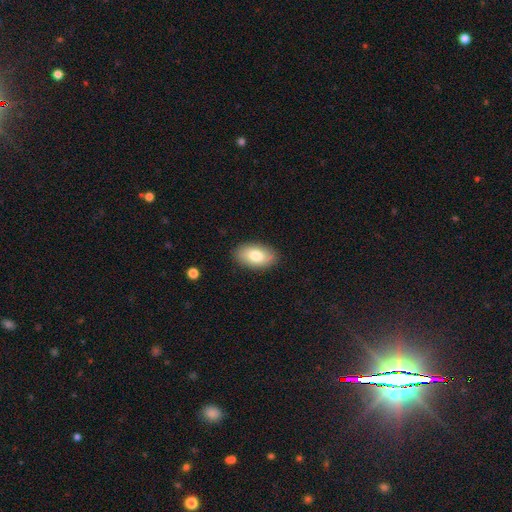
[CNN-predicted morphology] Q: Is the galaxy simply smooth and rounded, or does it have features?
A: smooth — 79%.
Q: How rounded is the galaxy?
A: in between — 93%.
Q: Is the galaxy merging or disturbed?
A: none — 87%.